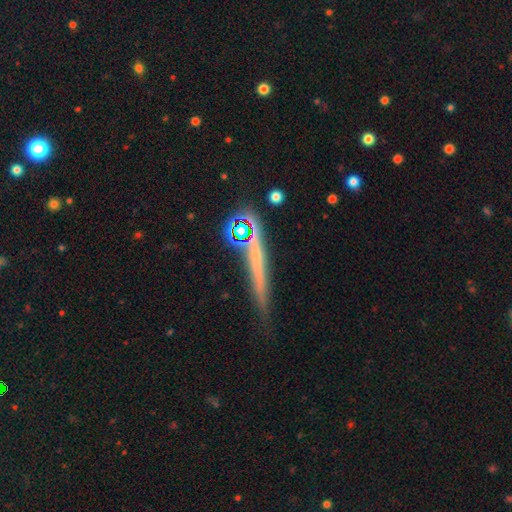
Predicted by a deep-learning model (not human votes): Overall: featured or disk (44%; smooth 40%). Merging: none (66%).